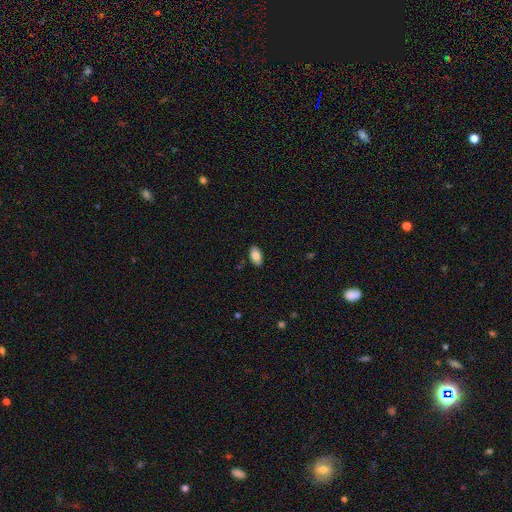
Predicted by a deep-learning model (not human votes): A smooth galaxy with no disk features (82%) that is in between round and cigar-shaped (94%). Merging: none (88%).